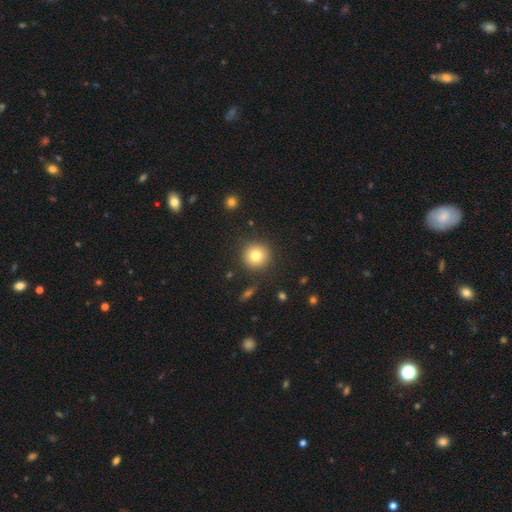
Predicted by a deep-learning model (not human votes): smooth_or_featured: smooth (p=0.79) [alt: star or artifact p=0.11]
how_rounded: round (p=0.94) [alt: in between p=0.05]
merging: none (p=0.89) [alt: minor disturbance p=0.06]